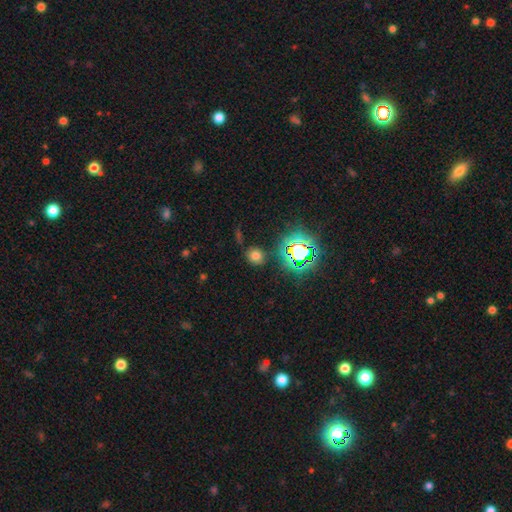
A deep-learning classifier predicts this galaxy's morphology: A smooth galaxy with no disk features (65%) that is round (79%).

Vote fractions:
- Smooth or featured? smooth: 65% / star or artifact: 28% / featured or disk: 7%
- How rounded? round: 79% / in between: 20% / cigar-shaped: 1%
- Merging? none: 82% / minor disturbance: 10% / merger: 4% / major disturbance: 4%